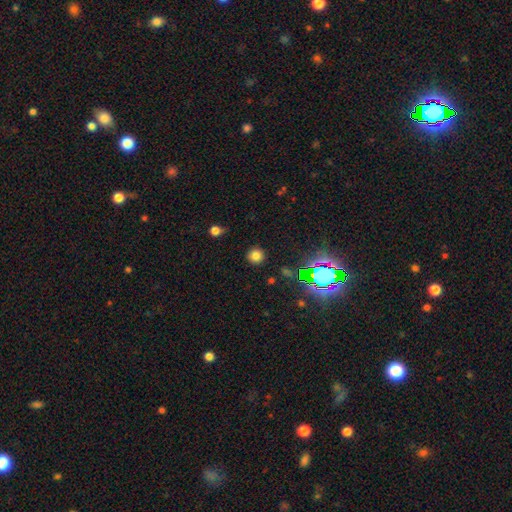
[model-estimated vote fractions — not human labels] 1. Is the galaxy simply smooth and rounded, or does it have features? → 76% smooth, 18% star or artifact, 6% featured or disk.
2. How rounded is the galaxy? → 93% round, 6% in between, 1% cigar-shaped.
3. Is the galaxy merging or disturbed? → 90% none, 6% minor disturbance, 2% major disturbance, 1% merger.